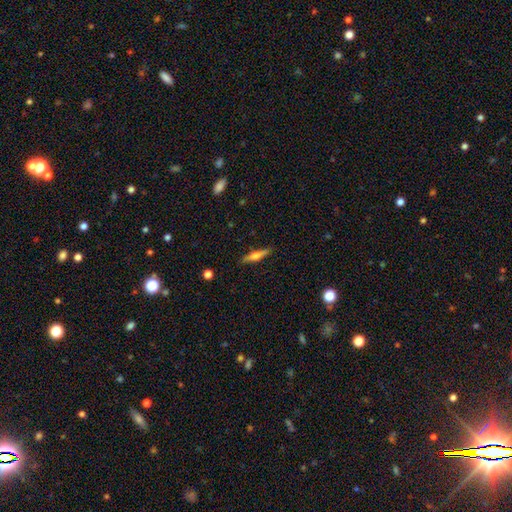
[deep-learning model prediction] Smooth or featured? featured or disk (54%)
Edge-on disk? yes (96%)
Edge-on bulge? rounded (89%)
Merging? none (88%)